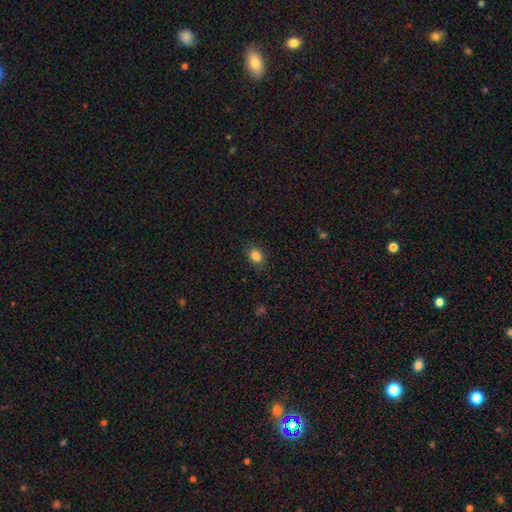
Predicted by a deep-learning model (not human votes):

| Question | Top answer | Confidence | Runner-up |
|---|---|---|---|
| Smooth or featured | smooth | 84% | star or artifact (11%) |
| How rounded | in between | 53% | round (46%) |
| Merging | none | 86% | minor disturbance (10%) |